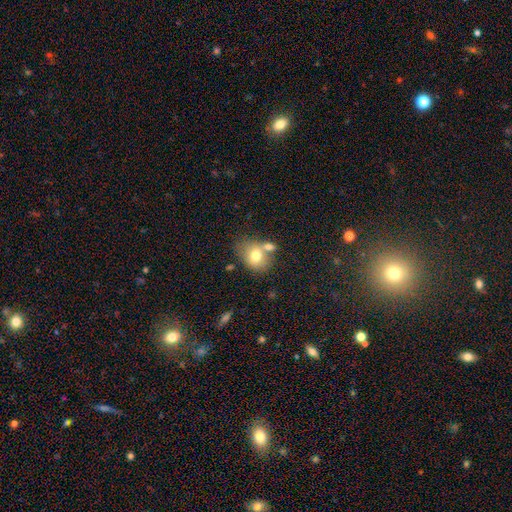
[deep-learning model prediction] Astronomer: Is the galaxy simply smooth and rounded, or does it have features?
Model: smooth — 72%.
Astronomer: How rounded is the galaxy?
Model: in between — 58% (runner-up: round, 41%).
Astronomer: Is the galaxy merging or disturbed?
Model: none — 45% (runner-up: merger, 33%).